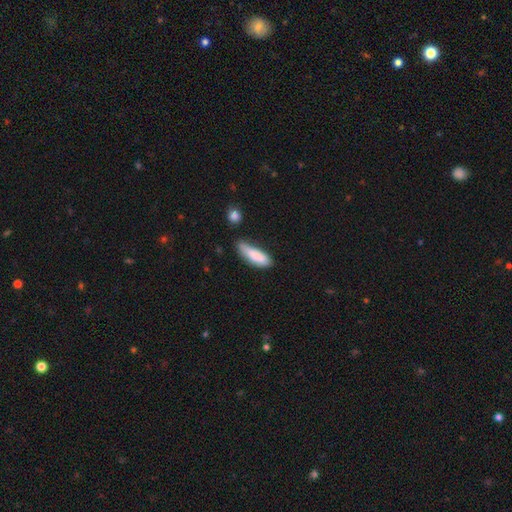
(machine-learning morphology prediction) Smooth or featured: smooth — 82% (featured or disk — 12%)
How rounded: cigar-shaped — 51% (in between — 47%)
Merging: none — 47% (minor disturbance — 36%)